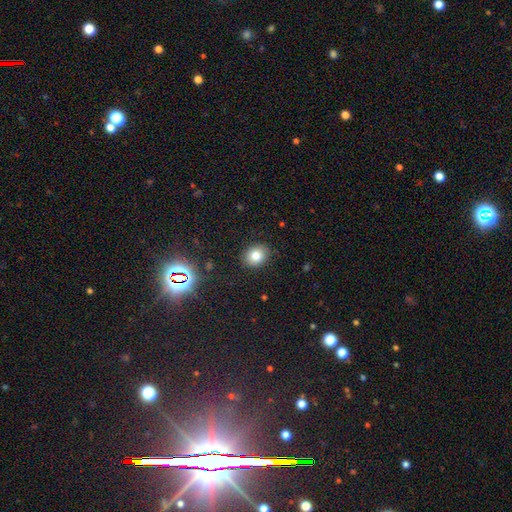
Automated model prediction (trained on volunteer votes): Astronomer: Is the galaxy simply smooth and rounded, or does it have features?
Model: smooth — 78%.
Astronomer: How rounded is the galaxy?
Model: round — 59% (runner-up: in between, 40%).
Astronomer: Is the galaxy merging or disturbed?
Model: none — 87%.